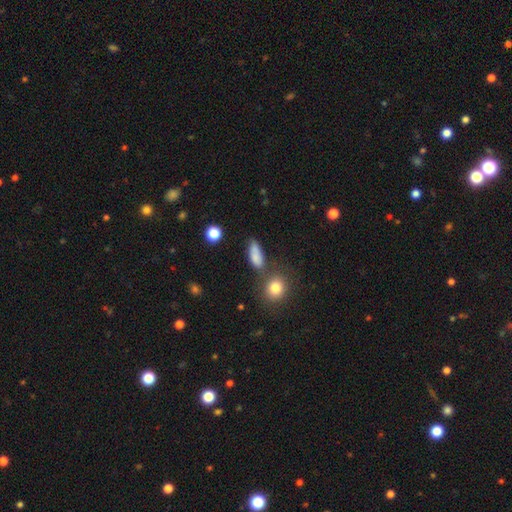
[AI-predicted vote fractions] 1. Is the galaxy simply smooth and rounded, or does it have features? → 80% smooth, 10% star or artifact, 9% featured or disk.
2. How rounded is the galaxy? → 72% in between, 19% cigar-shaped, 9% round.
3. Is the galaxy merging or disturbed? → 60% none, 21% minor disturbance, 12% merger, 7% major disturbance.